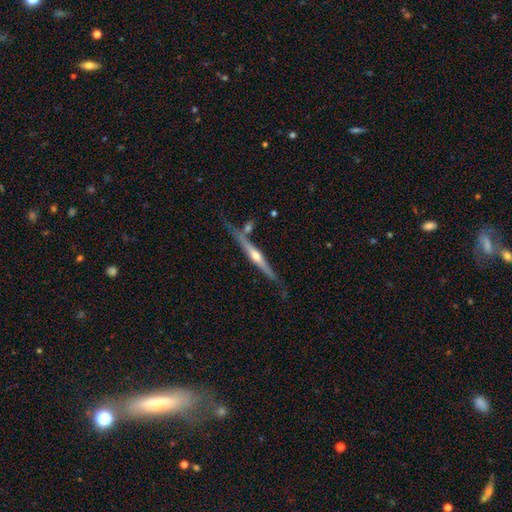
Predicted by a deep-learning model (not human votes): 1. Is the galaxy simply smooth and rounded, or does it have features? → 77% featured or disk, 17% smooth, 6% star or artifact.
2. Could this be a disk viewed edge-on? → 97% yes, 3% no.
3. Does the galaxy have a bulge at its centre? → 87% rounded, 9% none, 4% boxy.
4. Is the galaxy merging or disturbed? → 73% none, 15% minor disturbance, 8% merger, 4% major disturbance.